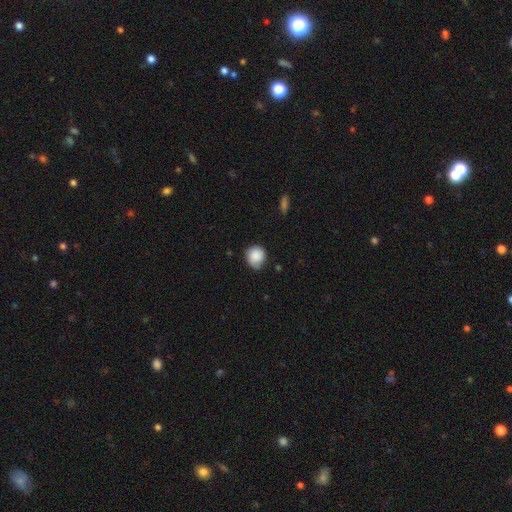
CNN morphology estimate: This appears to be a smooth galaxy with no disk features (87%) that is round (86%). Merging: none (70%).